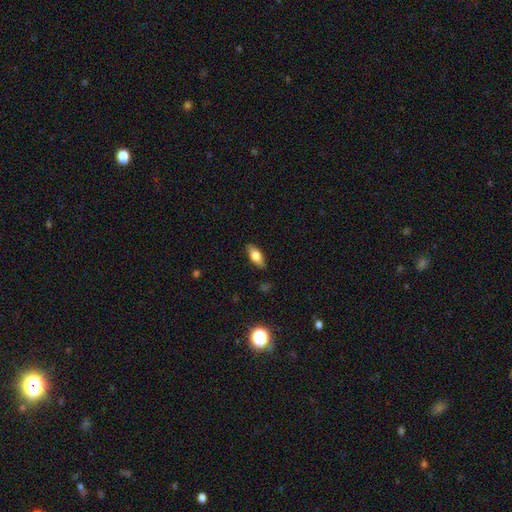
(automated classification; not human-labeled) smooth 71%, featured or disk 23%, star or artifact 7%. Down the decision tree: how rounded — in between (79%); merging — none (87%).